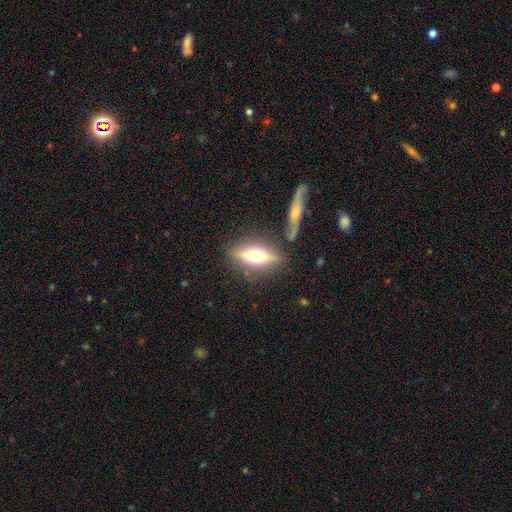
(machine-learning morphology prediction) A featured or disk galaxy (66%) viewed edge-on (91%) with a rounded central bulge (95%).

Vote fractions:
- Smooth or featured? featured or disk: 66% / smooth: 26% / star or artifact: 8%
- Edge-on disk? yes: 91% / no: 9%
- Edge-on bulge? rounded: 95% / boxy: 3% / none: 2%
- Merging? none: 79% / minor disturbance: 11% / merger: 6% / major disturbance: 4%